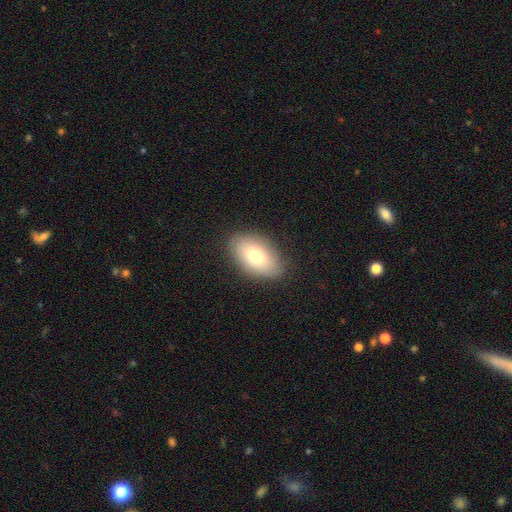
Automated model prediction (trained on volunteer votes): Smooth or featured?
  - smooth: 77% *
  - featured or disk: 16%
  - star or artifact: 7%
How rounded?
  - in between: 93% *
  - round: 6%
  - cigar-shaped: 2%
Merging?
  - none: 86% *
  - minor disturbance: 10%
  - major disturbance: 3%
  - merger: 1%